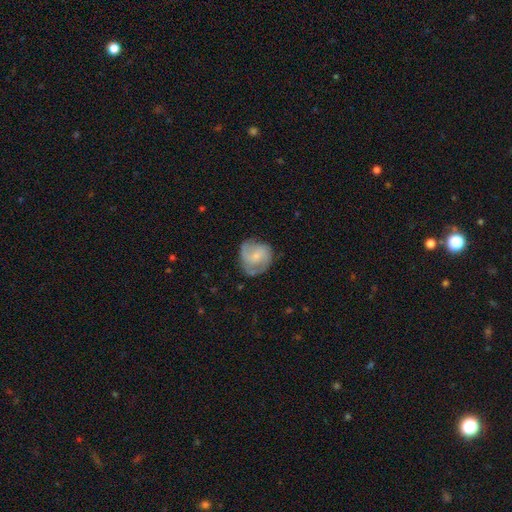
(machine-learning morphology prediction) The model was most divided on "spiral winding": medium: 46%, tight: 33%, loose: 21%. More confident: edge-on disk — no (98%); spiral arms — yes (87%); merging — none (64%); bulge size — small (63%); smooth or featured — featured or disk (61%); bar — no (59%); spiral arm count — 2 (57%).